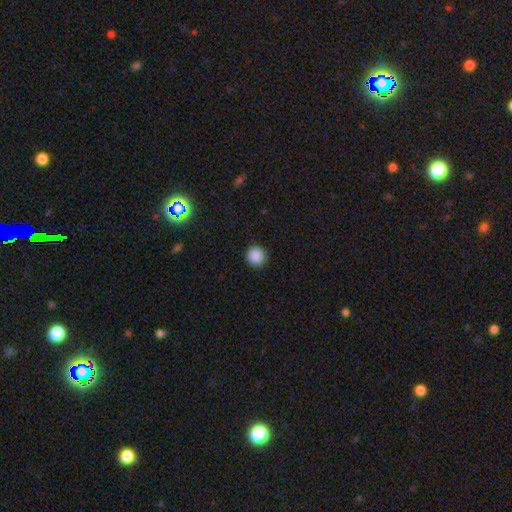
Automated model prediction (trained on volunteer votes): smooth_or_featured: smooth (p=0.88) [alt: star or artifact p=0.10]
how_rounded: round (p=0.94) [alt: in between p=0.05]
merging: none (p=0.91) [alt: minor disturbance p=0.06]